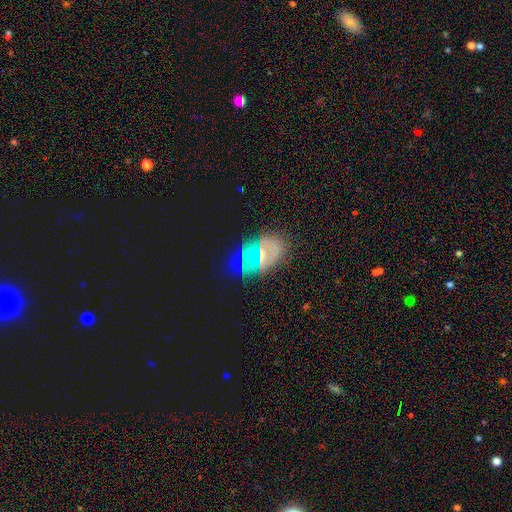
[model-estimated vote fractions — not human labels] Q: Smooth or featured?
A: featured or disk (44%); runner-up: star or artifact (32%)
Q: Merging?
A: none (60%); runner-up: minor disturbance (19%)